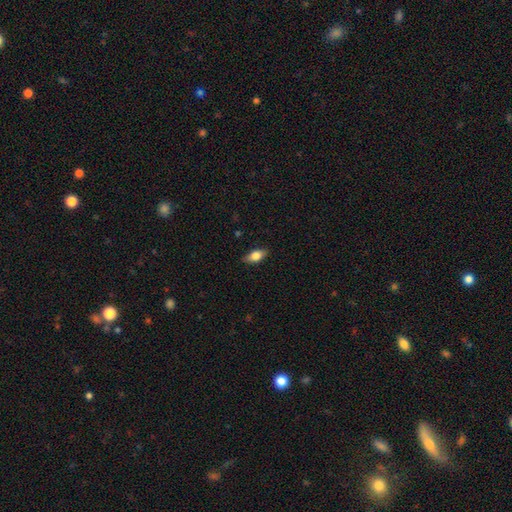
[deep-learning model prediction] A smooth galaxy with no disk features (75%) that is in between round and cigar-shaped (85%).

Vote fractions:
- Smooth or featured? smooth: 75% / featured or disk: 18% / star or artifact: 7%
- How rounded? in between: 85% / cigar-shaped: 10% / round: 5%
- Merging? none: 85% / minor disturbance: 12% / major disturbance: 2% / merger: 1%